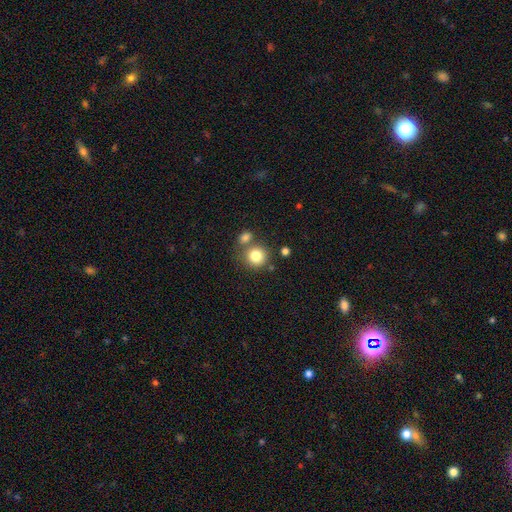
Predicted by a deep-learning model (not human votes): This is clearly a smooth galaxy (81%). How rounded: clearly round (89%). Merging: likely none (65%).